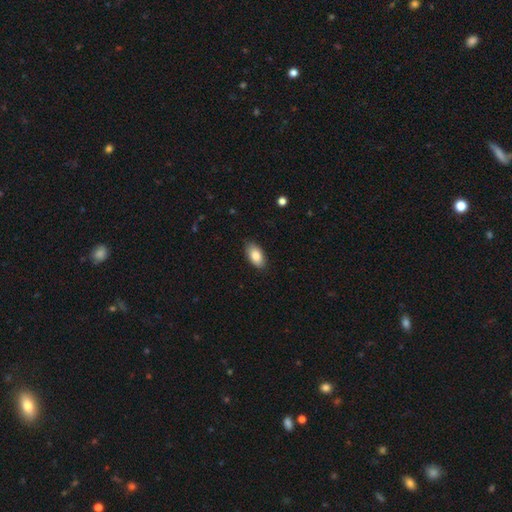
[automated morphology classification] Smooth or featured? smooth (85%)
How rounded? in between (94%)
Merging? none (86%)